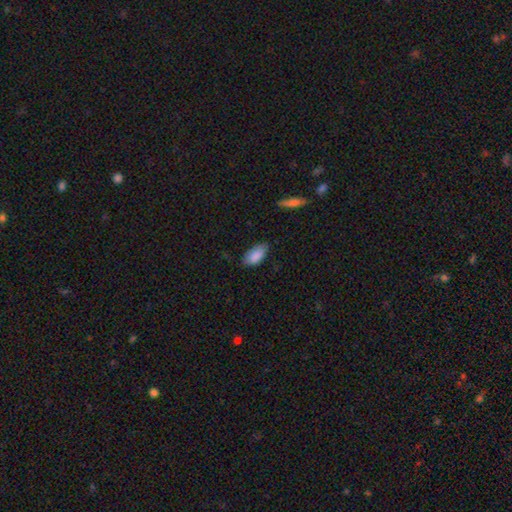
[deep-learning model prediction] smooth-or-featured: smooth: 87% | star or artifact: 6% | featured or disk: 6%
  how-rounded: in between: 92% | cigar-shaped: 5% | round: 2%
  merging: none: 72% | minor disturbance: 23% | major disturbance: 4% | merger: 1%